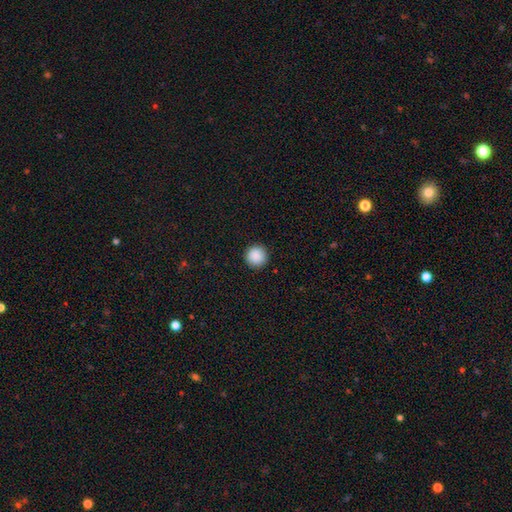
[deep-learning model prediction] A smooth galaxy with no disk features (89%) that is round (96%).

Vote fractions:
- Smooth or featured? smooth: 89% / star or artifact: 8% / featured or disk: 3%
- How rounded? round: 96% / in between: 3% / cigar-shaped: 1%
- Merging? none: 92% / minor disturbance: 5% / major disturbance: 2% / merger: 1%